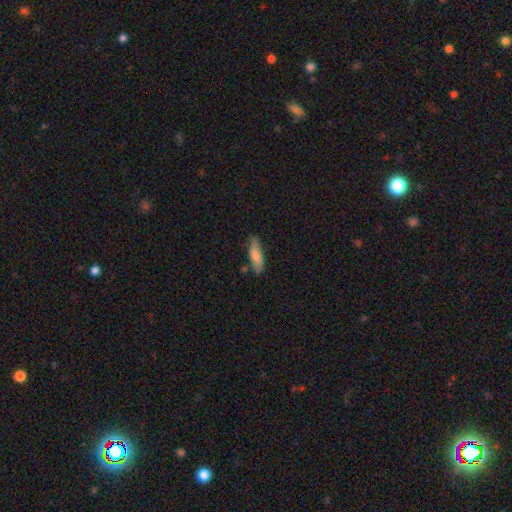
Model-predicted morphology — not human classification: A smooth galaxy with no disk features (71%) that is cigar-shaped (55%). Merging: none (77%).